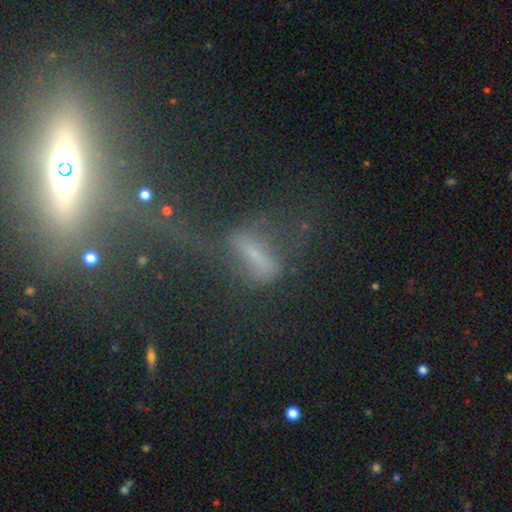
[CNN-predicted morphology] Smooth or featured: featured or disk — 38% (star or artifact — 32%)
Merging: none — 36% (major disturbance — 34%)